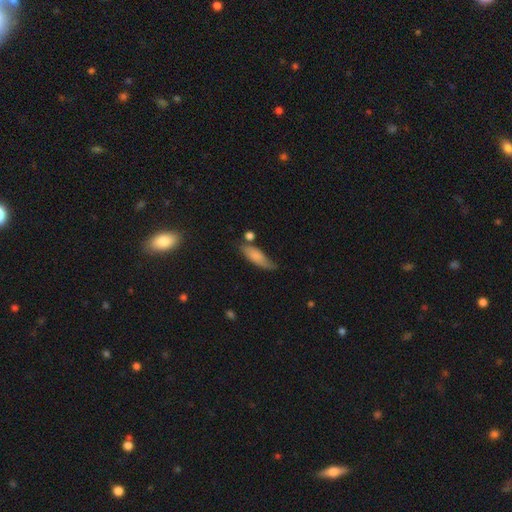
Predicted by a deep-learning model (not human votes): A smooth galaxy with no disk features (71%) that is in between round and cigar-shaped (55%). Merging: none (55%).